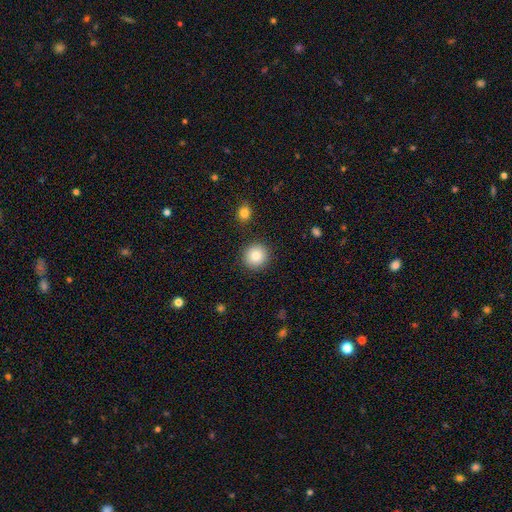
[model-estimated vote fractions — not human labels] A smooth galaxy with no disk features (85%) that is round (94%).

Vote fractions:
- Smooth or featured? smooth: 85% / star or artifact: 9% / featured or disk: 6%
- How rounded? round: 94% / in between: 5% / cigar-shaped: 1%
- Merging? none: 90% / minor disturbance: 6% / merger: 2% / major disturbance: 2%